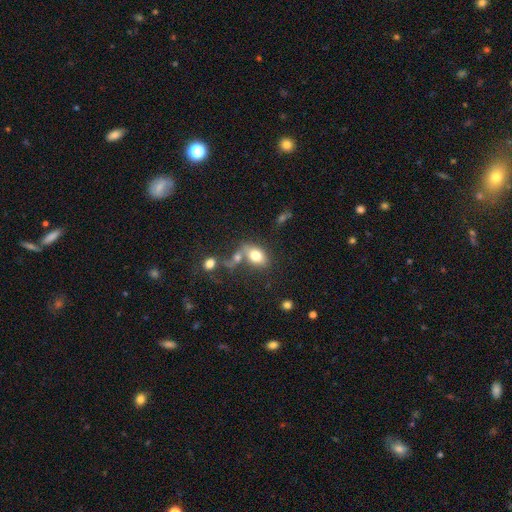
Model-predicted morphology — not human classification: Smooth or featured? smooth (77%)
How rounded? in between (84%)
Merging? none (42%)